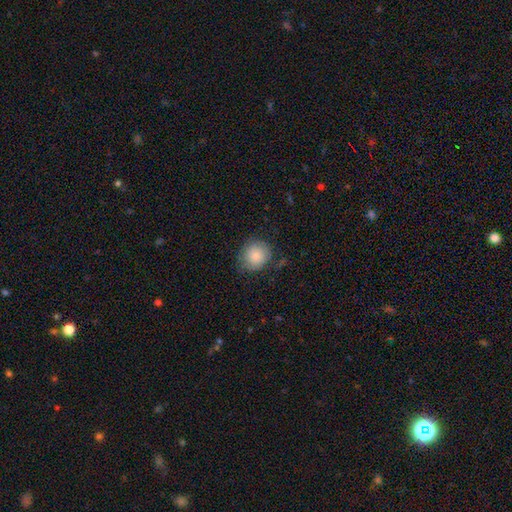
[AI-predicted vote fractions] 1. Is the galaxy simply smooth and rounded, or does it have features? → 82% smooth, 10% featured or disk, 8% star or artifact.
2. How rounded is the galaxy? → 83% round, 17% in between, 1% cigar-shaped.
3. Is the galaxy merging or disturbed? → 73% none, 20% minor disturbance, 5% major disturbance, 2% merger.